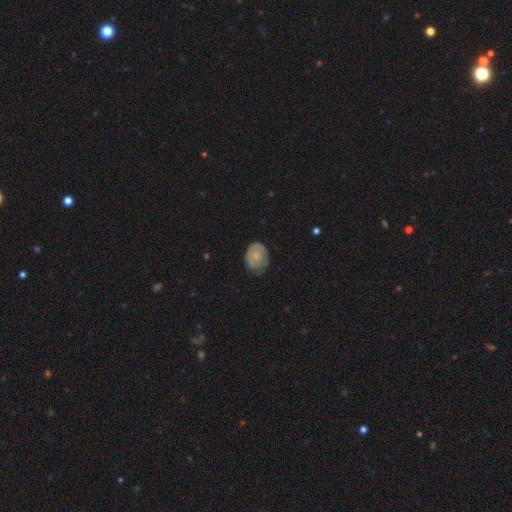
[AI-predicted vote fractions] A smooth galaxy with no disk features (64%) that is in between round and cigar-shaped (57%). Merging: none (58%).